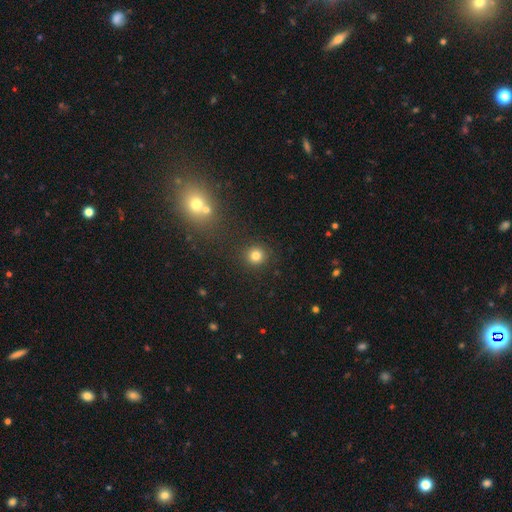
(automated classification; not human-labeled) Q: Smooth or featured?
A: smooth (80%); runner-up: star or artifact (14%)
Q: How rounded?
A: round (93%); runner-up: in between (6%)
Q: Merging?
A: none (89%); runner-up: minor disturbance (6%)